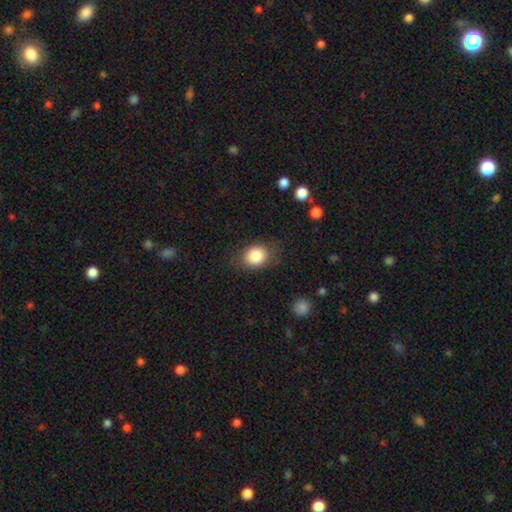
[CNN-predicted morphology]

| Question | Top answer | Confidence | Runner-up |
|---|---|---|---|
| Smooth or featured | smooth | 84% | star or artifact (9%) |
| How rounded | in between | 50% | round (49%) |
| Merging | none | 77% | minor disturbance (15%) |